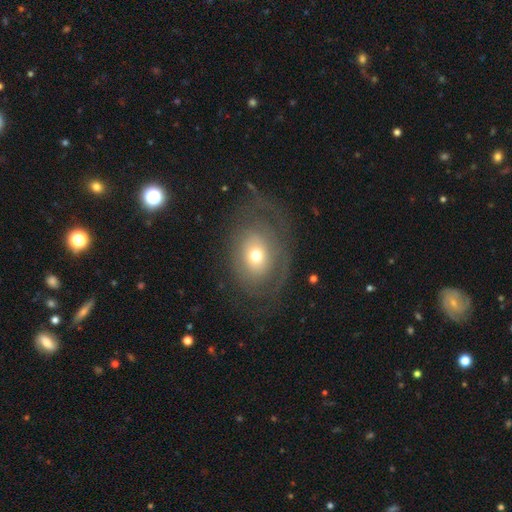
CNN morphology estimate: This appears to be a smooth galaxy with no disk features (47%). Merging: none (55%).